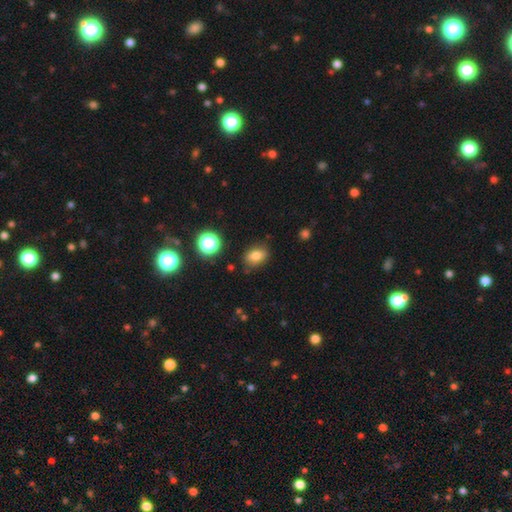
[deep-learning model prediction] Q: Smooth or featured?
A: smooth (78%); runner-up: star or artifact (13%)
Q: How rounded?
A: in between (78%); runner-up: round (20%)
Q: Merging?
A: none (78%); runner-up: minor disturbance (16%)